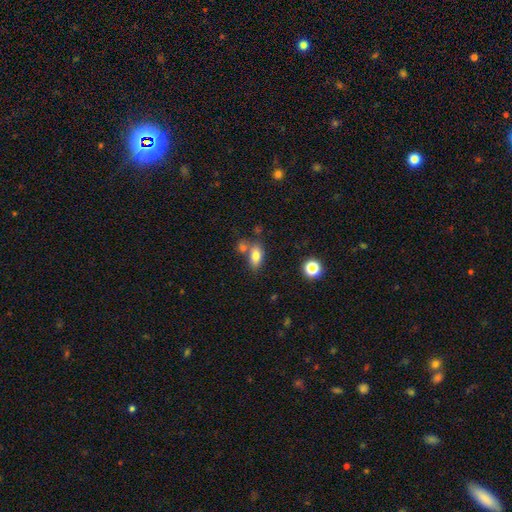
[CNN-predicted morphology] smooth 79%, featured or disk 12%, star or artifact 9%. Down the decision tree: how rounded — in between (85%); merging — none (54%).